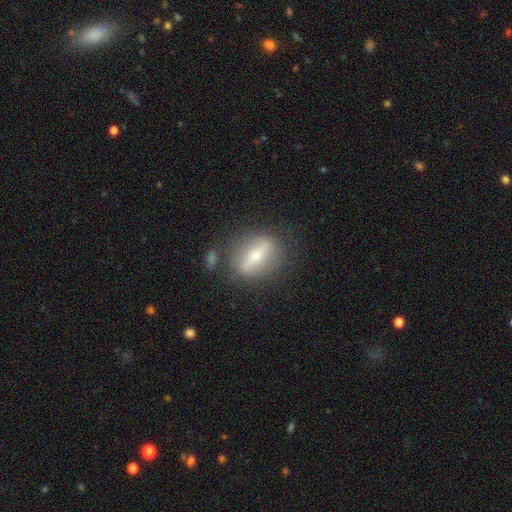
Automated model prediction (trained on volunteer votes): Smooth or featured? featured or disk (48%)
Merging? none (77%)